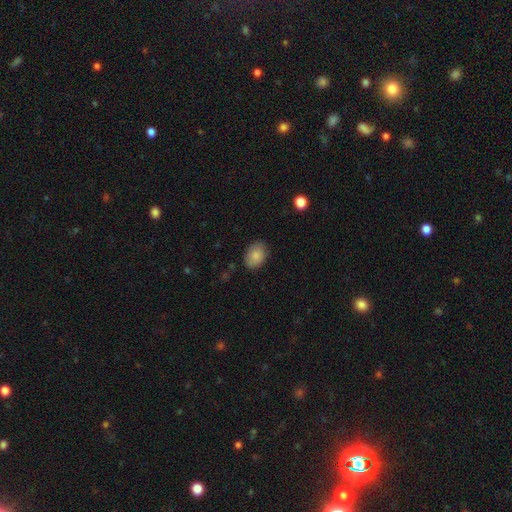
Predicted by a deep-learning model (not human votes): Smooth or featured?
  - smooth: 86% *
  - star or artifact: 7%
  - featured or disk: 7%
How rounded?
  - in between: 75% *
  - round: 24%
  - cigar-shaped: 1%
Merging?
  - none: 82% *
  - minor disturbance: 14%
  - major disturbance: 3%
  - merger: 1%